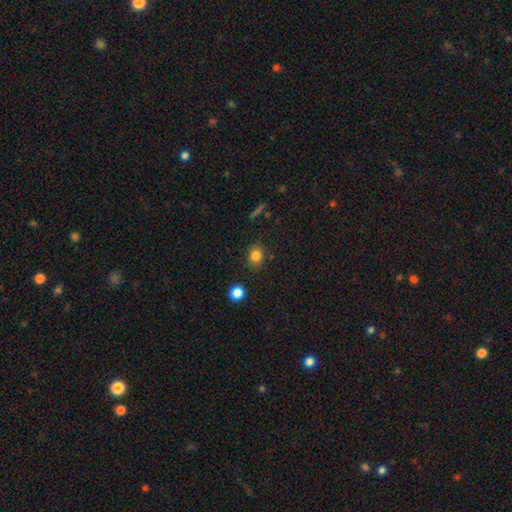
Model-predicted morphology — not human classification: A smooth galaxy with no disk features (82%) that is round (71%). Merging: none (85%).